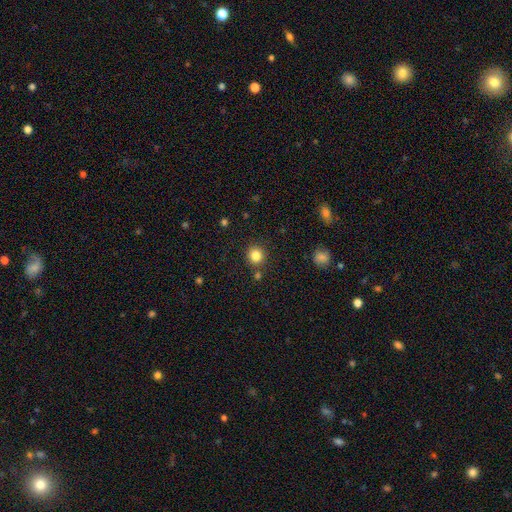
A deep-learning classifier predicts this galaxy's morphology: Q: Smooth or featured?
A: smooth (84%); runner-up: star or artifact (11%)
Q: How rounded?
A: round (91%); runner-up: in between (9%)
Q: Merging?
A: none (85%); runner-up: minor disturbance (7%)